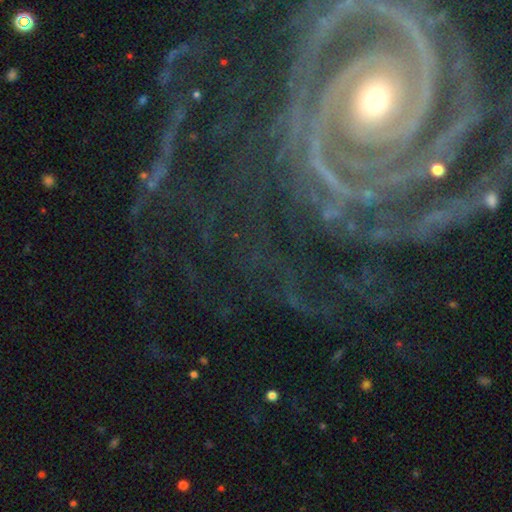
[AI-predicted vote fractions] featured or disk 85%, star or artifact 10%, smooth 5%. Down the decision tree: edge-on disk — no (96%); bar — no (62%); spiral arms — yes (96%); spiral arm count — can't tell (20%, tied with 2); spiral winding — tight (75%); bulge size — small (51%); merging — none (67%).